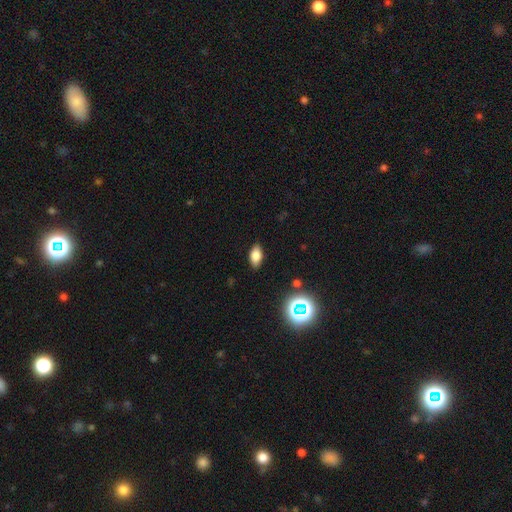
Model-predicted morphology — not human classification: smooth-or-featured: smooth: 77% | star or artifact: 13% | featured or disk: 11%
  how-rounded: in between: 90% | round: 6% | cigar-shaped: 5%
  merging: none: 87% | minor disturbance: 10% | major disturbance: 2% | merger: 1%